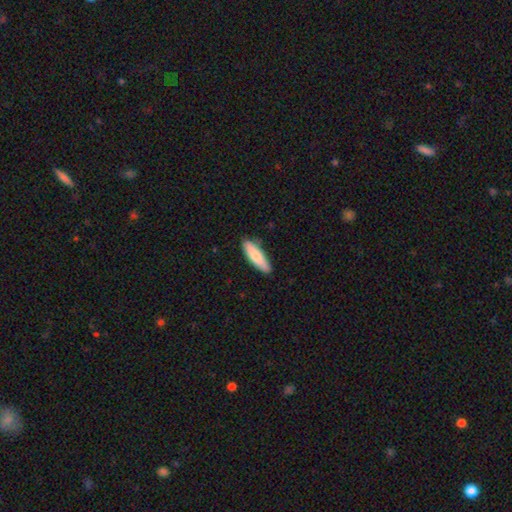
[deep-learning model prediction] Q: Smooth or featured?
A: smooth (78%); runner-up: featured or disk (17%)
Q: How rounded?
A: cigar-shaped (53%); runner-up: in between (45%)
Q: Merging?
A: none (84%); runner-up: minor disturbance (13%)